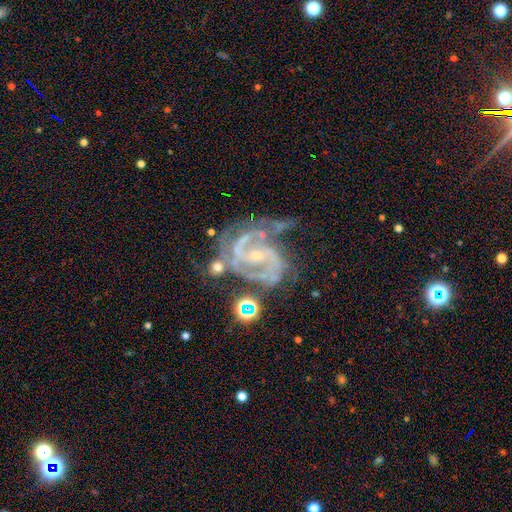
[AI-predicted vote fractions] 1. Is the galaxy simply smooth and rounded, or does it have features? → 90% featured or disk, 7% star or artifact, 3% smooth.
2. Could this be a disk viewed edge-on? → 98% no, 2% yes.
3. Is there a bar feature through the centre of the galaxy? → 40% weak, 34% no, 26% strong.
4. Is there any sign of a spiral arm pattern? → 98% yes, 2% no.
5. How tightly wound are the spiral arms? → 48% medium, 44% tight, 9% loose.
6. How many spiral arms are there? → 63% 2, 18% 3, 8% can't tell, 4% 4, 3% 1, 3% more than 4.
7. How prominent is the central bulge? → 74% small, 22% moderate, 2% none, 1% large, 1% dominant.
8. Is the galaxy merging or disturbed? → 43% none, 26% minor disturbance, 20% major disturbance, 11% merger.